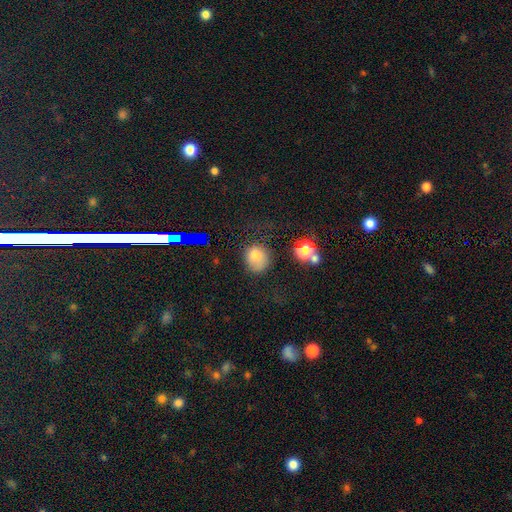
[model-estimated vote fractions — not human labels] A smooth galaxy with no disk features (75%) that is round (76%).

Vote fractions:
- Smooth or featured? smooth: 75% / star or artifact: 14% / featured or disk: 11%
- How rounded? round: 76% / in between: 23% / cigar-shaped: 1%
- Merging? none: 53% / minor disturbance: 26% / major disturbance: 16% / merger: 5%